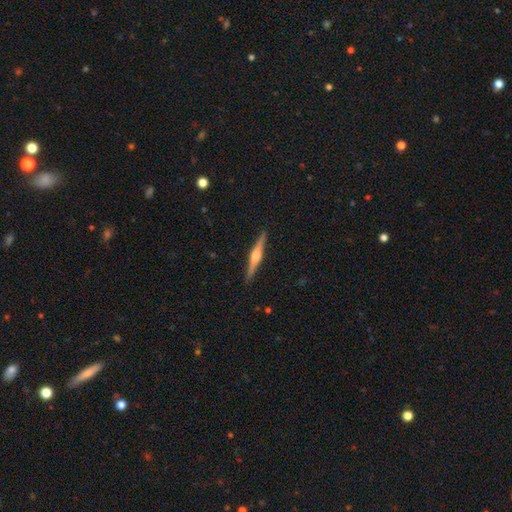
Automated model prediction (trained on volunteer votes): A featured or disk galaxy (70%) viewed edge-on (98%) with a rounded central bulge (80%).

Vote fractions:
- Smooth or featured? featured or disk: 70% / smooth: 25% / star or artifact: 6%
- Edge-on disk? yes: 98% / no: 2%
- Edge-on bulge? rounded: 80% / boxy: 14% / none: 6%
- Merging? none: 91% / minor disturbance: 6% / major disturbance: 1% / merger: 1%